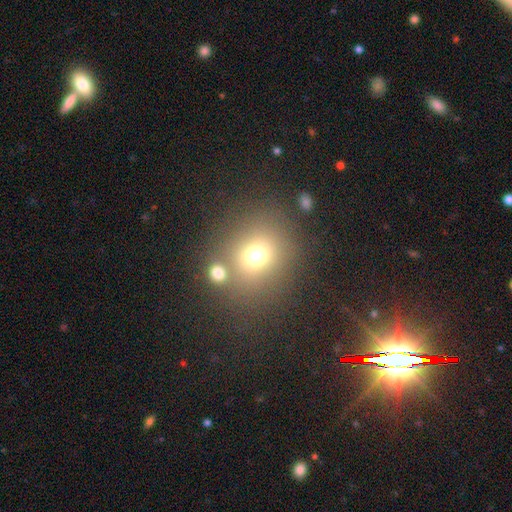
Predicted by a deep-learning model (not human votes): smooth 70%, star or artifact 18%, featured or disk 12%. Down the decision tree: how rounded — round (78%); merging — none (67%).